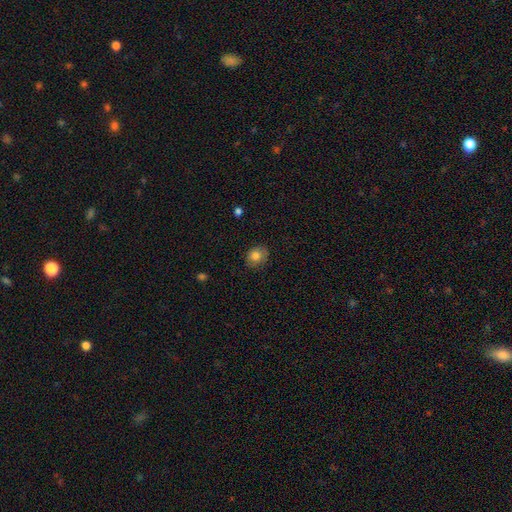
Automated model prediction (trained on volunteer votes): This appears to be a smooth galaxy with no disk features (82%) that is in between round and cigar-shaped (51%). Merging: none (81%).